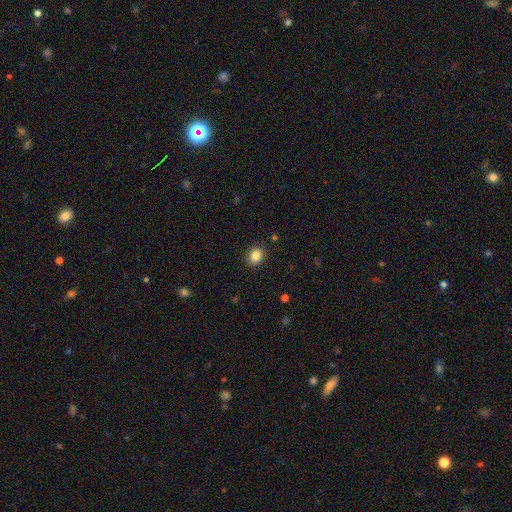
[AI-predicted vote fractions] Q: Smooth or featured?
A: smooth (85%); runner-up: star or artifact (10%)
Q: How rounded?
A: round (60%); runner-up: in between (40%)
Q: Merging?
A: none (89%); runner-up: minor disturbance (7%)